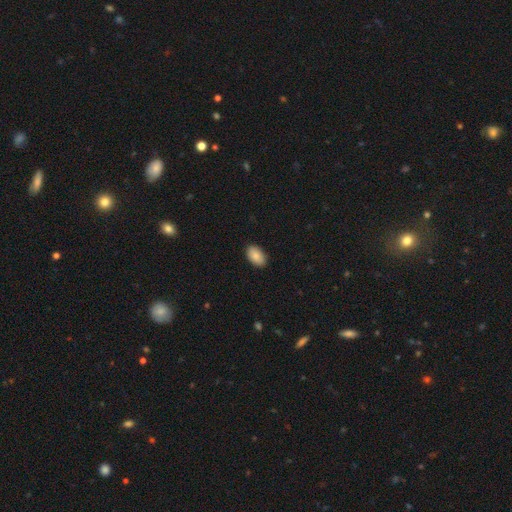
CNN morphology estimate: smooth 88%, star or artifact 7%, featured or disk 5%. Down the decision tree: how rounded — in between (92%); merging — none (89%).